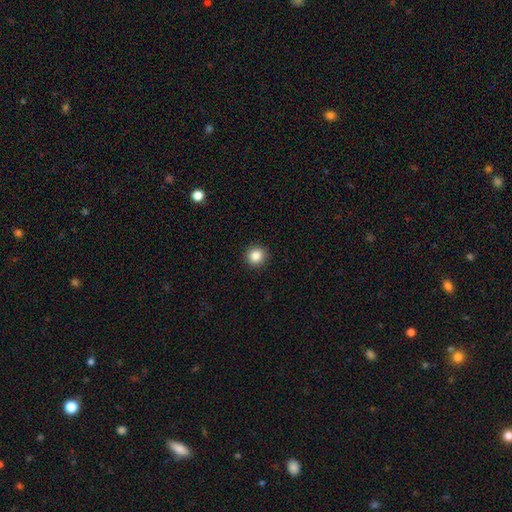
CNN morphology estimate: This is clearly a smooth galaxy (86%). How rounded: clearly round (94%). Merging: clearly none (93%).